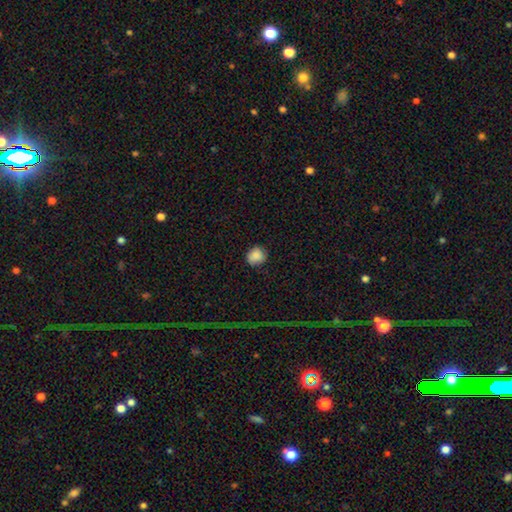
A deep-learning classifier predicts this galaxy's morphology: smooth_or_featured: smooth (p=0.87) [alt: star or artifact p=0.09]
how_rounded: round (p=0.84) [alt: in between p=0.15]
merging: none (p=0.82) [alt: minor disturbance p=0.14]